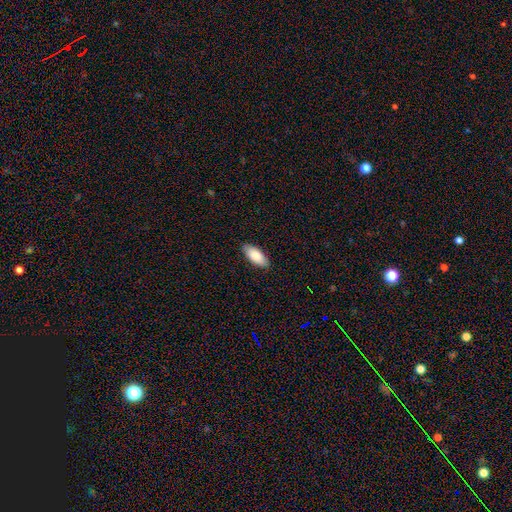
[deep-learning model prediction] This is clearly a smooth galaxy (85%). How rounded: clearly in between (88%). Merging: clearly none (88%).